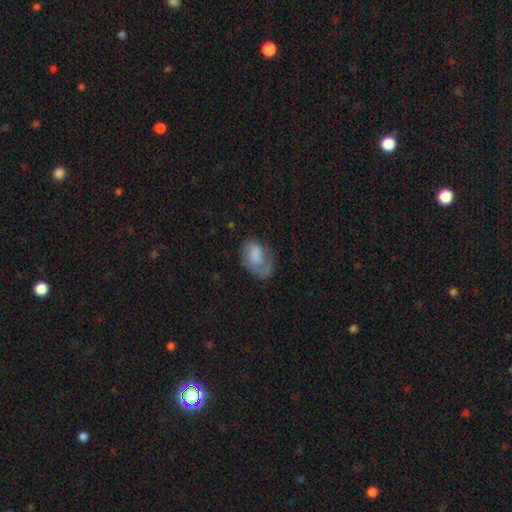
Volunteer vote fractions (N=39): Smooth or featured? smooth (72%)
How rounded? in between (89%)
Merging? none (42%)